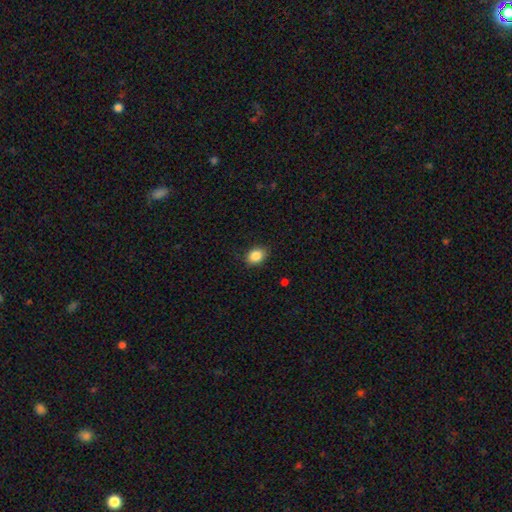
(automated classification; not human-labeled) Smooth or featured: smooth — 87% (star or artifact — 8%)
How rounded: in between — 70% (round — 29%)
Merging: none — 85% (minor disturbance — 11%)